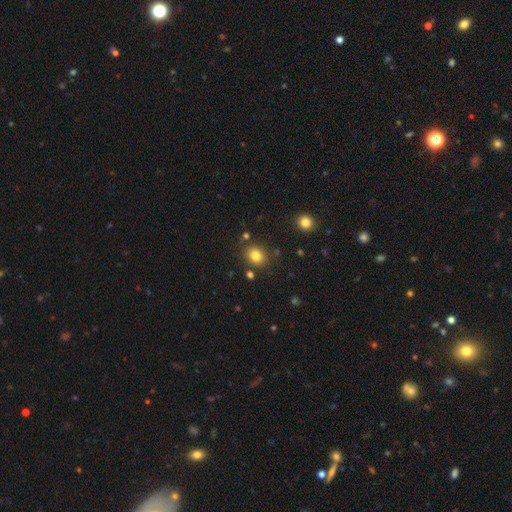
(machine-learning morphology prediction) A smooth galaxy with no disk features (81%) that is round (61%). Merging: none (82%).